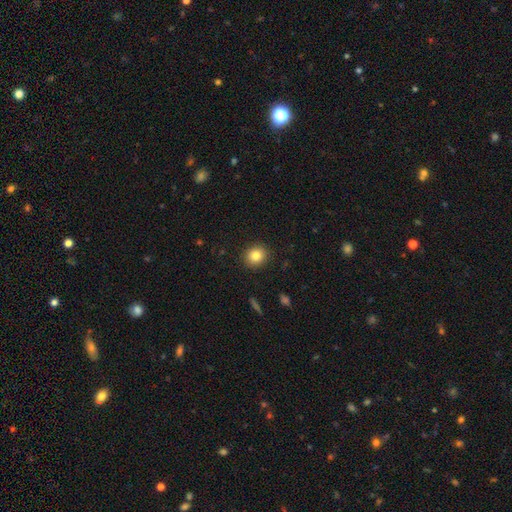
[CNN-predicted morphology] smooth 83%, star or artifact 10%, featured or disk 7%. Down the decision tree: how rounded — round (78%); merging — none (91%).